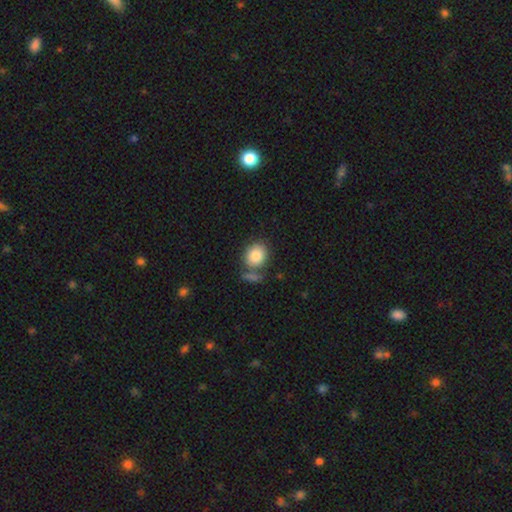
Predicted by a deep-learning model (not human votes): smooth 83%, featured or disk 9%, star or artifact 8%. Down the decision tree: how rounded — round (60%); merging — none (62%).